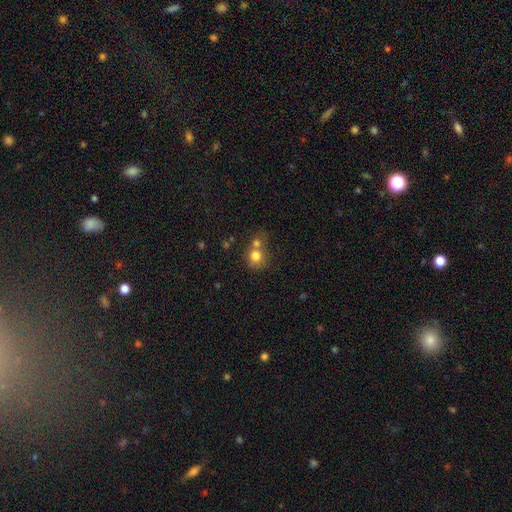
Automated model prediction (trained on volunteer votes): The model was most divided on "merging": merger: 50%, none: 36%, minor disturbance: 9%, major disturbance: 5%. More confident: how rounded — round (78%); smooth or featured — smooth (77%).